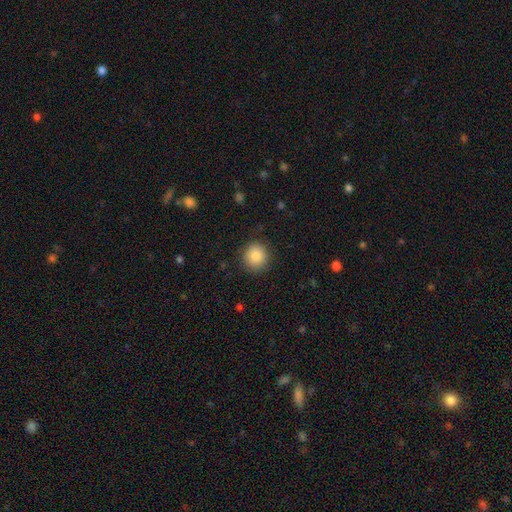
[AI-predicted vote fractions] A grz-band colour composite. It shows a smooth galaxy with no disk features (86%) that is round (91%). Merging: none (88%).